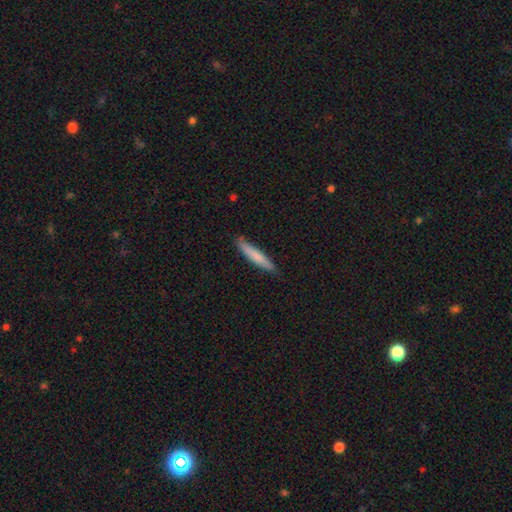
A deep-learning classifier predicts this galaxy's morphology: Overall: smooth (75%). How rounded: cigar-shaped (93%). Merging: none (82%).